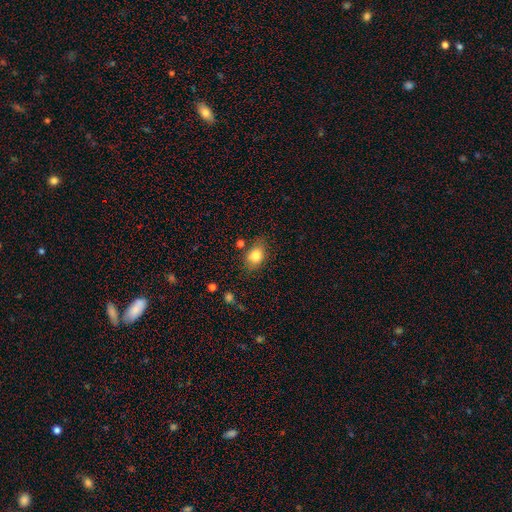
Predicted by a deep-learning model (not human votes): smooth_or_featured: smooth (p=0.82) [alt: featured or disk p=0.10]
how_rounded: in between (p=0.71) [alt: round p=0.27]
merging: none (p=0.72) [alt: minor disturbance p=0.18]